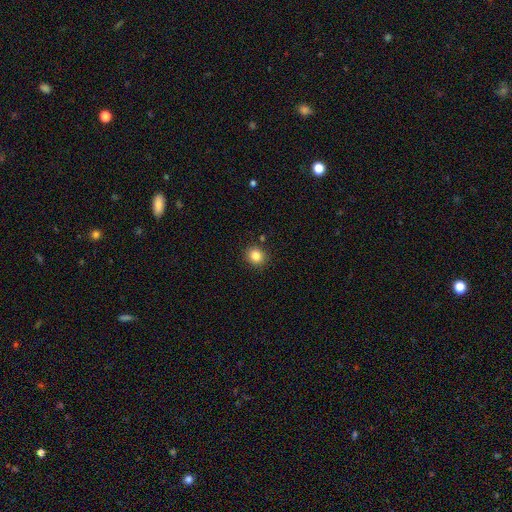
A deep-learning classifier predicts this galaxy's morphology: This is clearly a smooth galaxy (85%). How rounded: clearly round (82%). Merging: clearly none (88%).